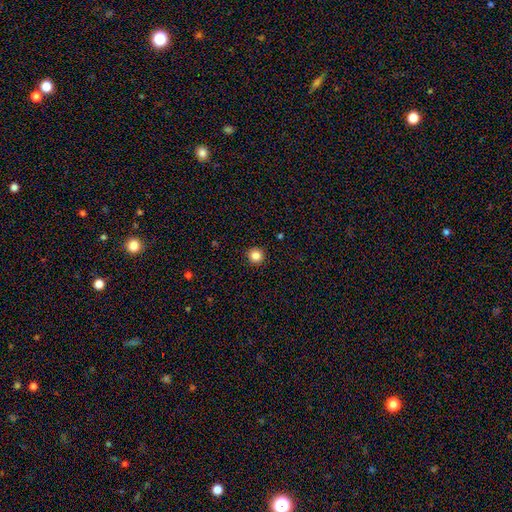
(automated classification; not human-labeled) Morphology: type=smooth (85%); roundness=round (95%); merging=none (93%).